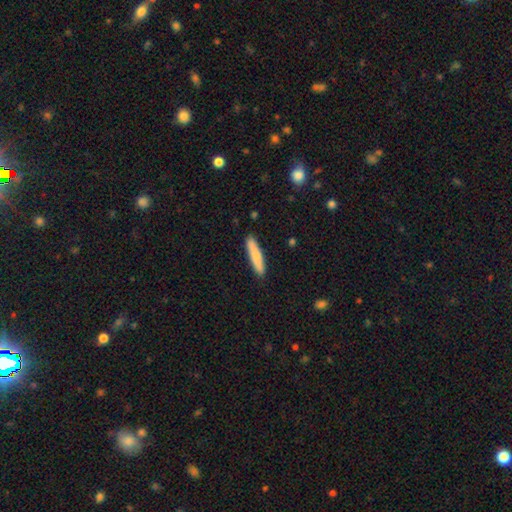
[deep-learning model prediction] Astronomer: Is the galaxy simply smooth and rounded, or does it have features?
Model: smooth — 81%.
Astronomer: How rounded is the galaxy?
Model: cigar-shaped — 89%.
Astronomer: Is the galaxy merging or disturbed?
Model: none — 89%.